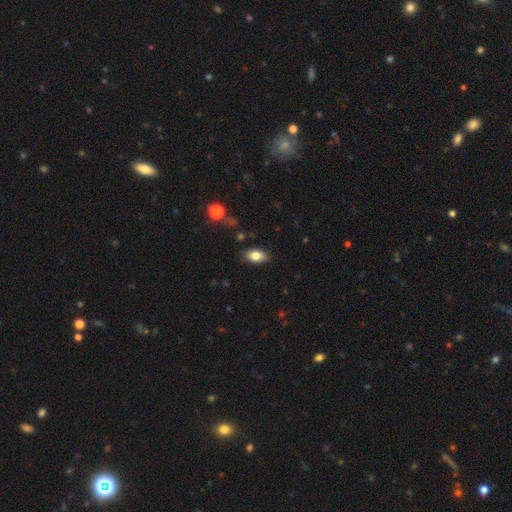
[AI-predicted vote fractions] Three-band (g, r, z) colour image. It shows a smooth galaxy with no disk features (80%) that is in between round and cigar-shaped (90%). Merging: none (85%).